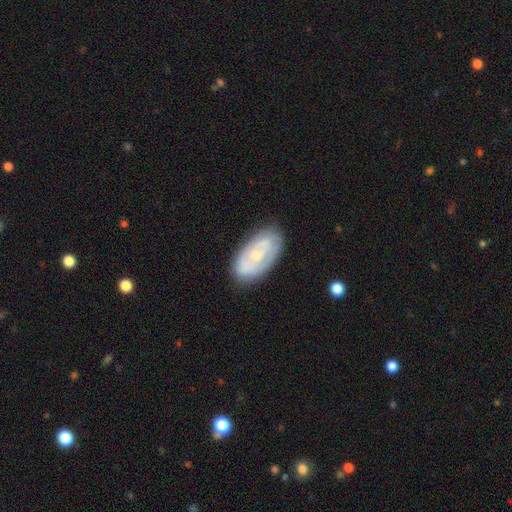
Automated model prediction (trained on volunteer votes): A featured or disk galaxy (53%).

Vote fractions:
- Smooth or featured? featured or disk: 53% / smooth: 41% / star or artifact: 7%
- Edge-on disk? no: 93% / yes: 7%
- Merging? none: 77% / minor disturbance: 16% / major disturbance: 4% / merger: 2%